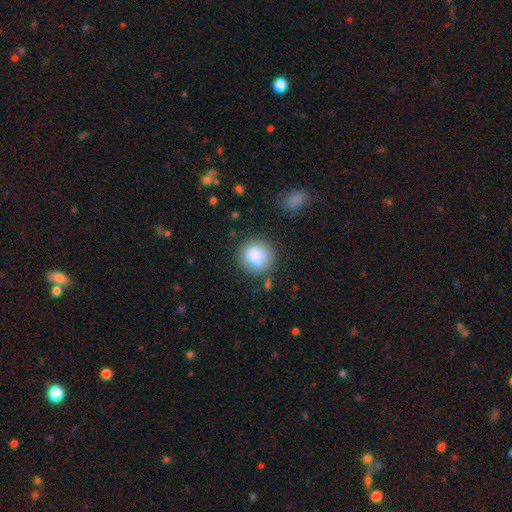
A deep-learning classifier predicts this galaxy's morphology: Smooth or featured?
  - smooth: 85% *
  - star or artifact: 8%
  - featured or disk: 7%
How rounded?
  - round: 91% *
  - in between: 8%
  - cigar-shaped: 1%
Merging?
  - none: 76% *
  - minor disturbance: 14%
  - major disturbance: 5%
  - merger: 5%